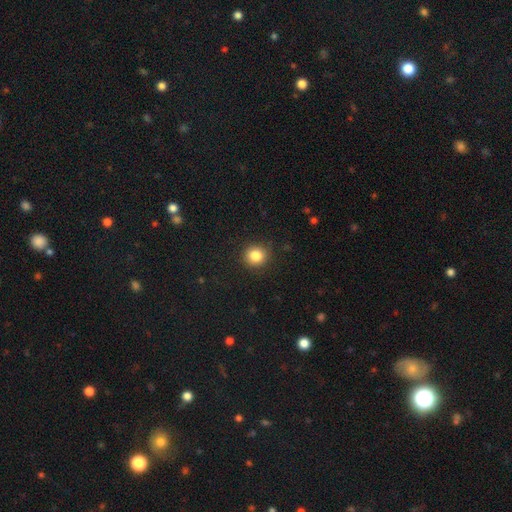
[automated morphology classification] Q: Smooth or featured?
A: smooth (84%); runner-up: star or artifact (11%)
Q: How rounded?
A: round (91%); runner-up: in between (8%)
Q: Merging?
A: none (91%); runner-up: minor disturbance (6%)